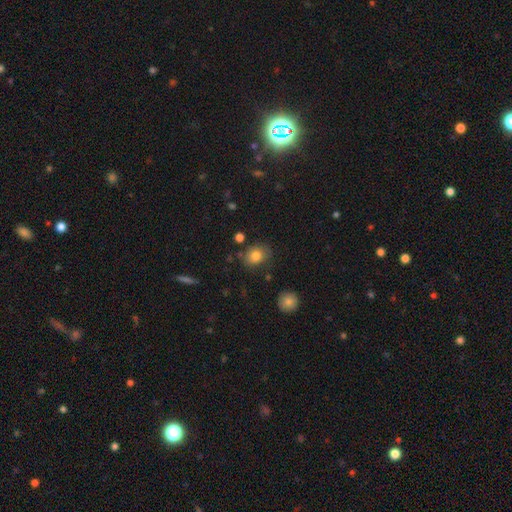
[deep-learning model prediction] smooth 80%, star or artifact 11%, featured or disk 9%. Down the decision tree: how rounded — in between (51%); merging — none (76%).